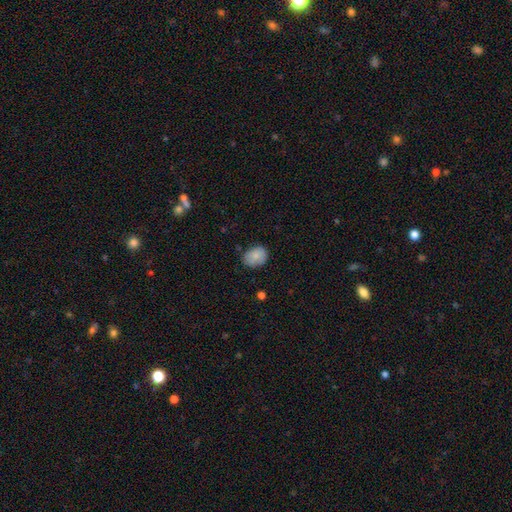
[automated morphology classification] type=smooth (81%); roundness=in between (63%); merging=none (73%).